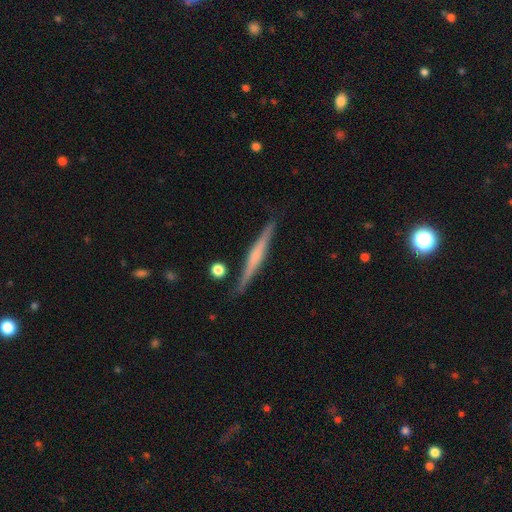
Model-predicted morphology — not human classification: A featured or disk galaxy (63%) viewed edge-on (98%) with a rounded central bulge (41%).

Vote fractions:
- Smooth or featured? featured or disk: 63% / smooth: 31% / star or artifact: 6%
- Edge-on disk? yes: 98% / no: 2%
- Edge-on bulge? rounded: 41% / none: 36% / boxy: 23%
- Merging? none: 88% / minor disturbance: 9% / merger: 2% / major disturbance: 2%